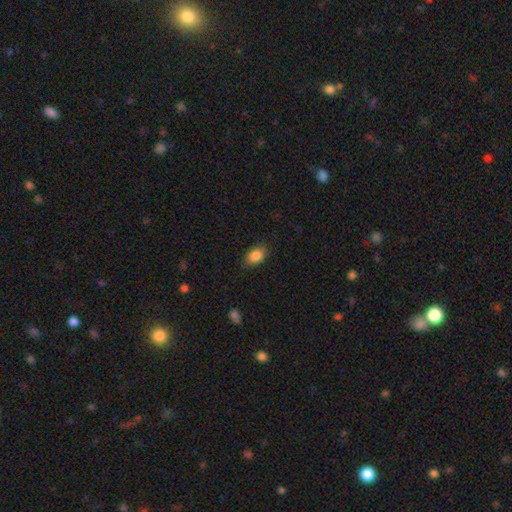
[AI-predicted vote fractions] Smooth or featured? smooth (86%)
How rounded? in between (83%)
Merging? none (83%)